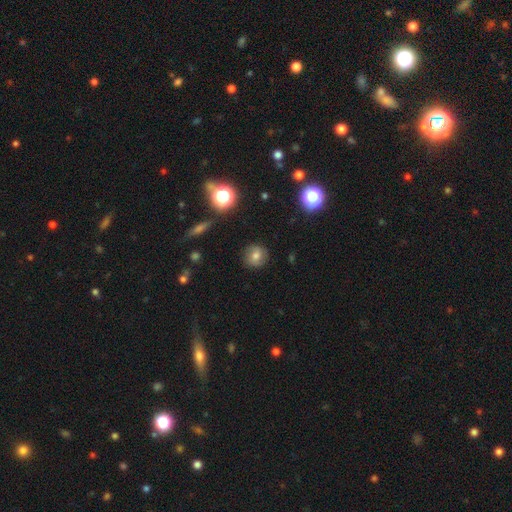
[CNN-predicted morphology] This is likely a smooth galaxy (65%). How rounded: clearly round (87%). Merging: clearly none (86%).